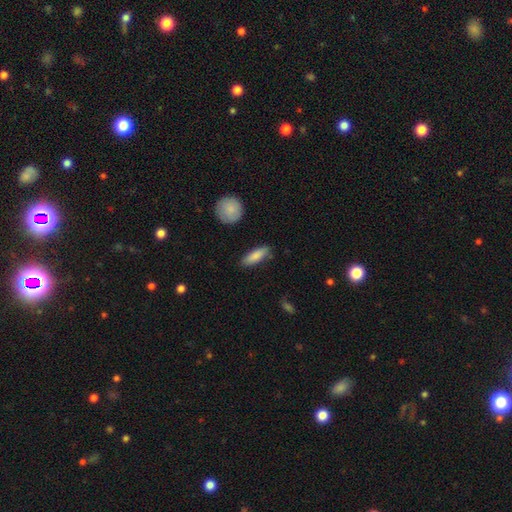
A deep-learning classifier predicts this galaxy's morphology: type=smooth (83%); roundness=in between (49%, tied with cigar-shaped); merging=none (82%).